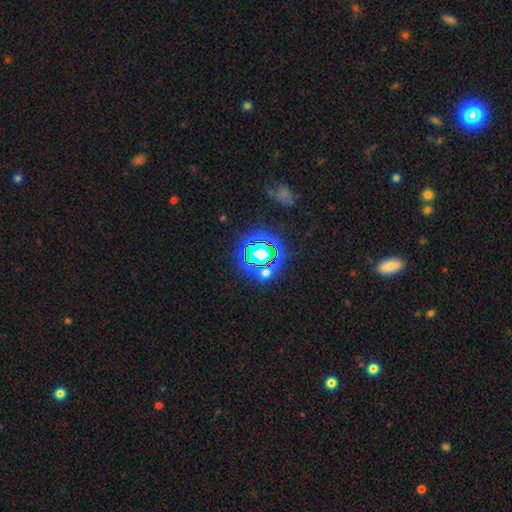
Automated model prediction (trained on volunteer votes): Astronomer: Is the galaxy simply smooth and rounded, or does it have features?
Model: star or artifact — 77%.